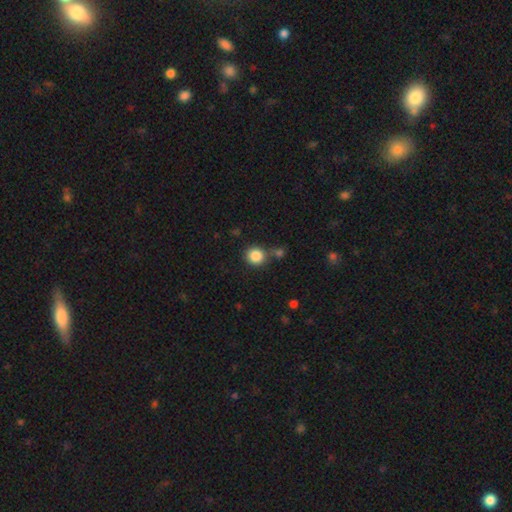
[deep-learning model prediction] Smooth or featured? smooth (86%)
How rounded? round (90%)
Merging? none (73%)